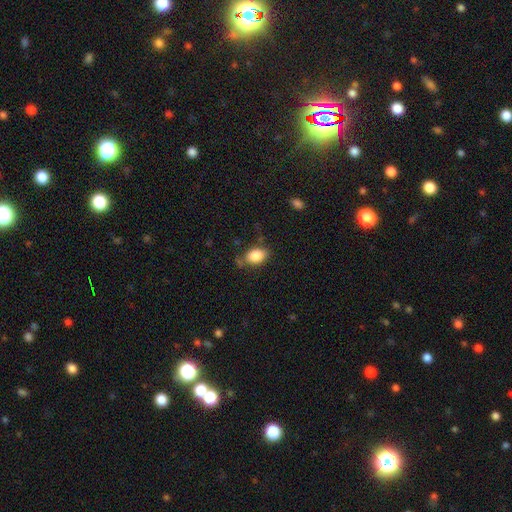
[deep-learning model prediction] This appears to be a smooth galaxy with no disk features (86%) that is in between round and cigar-shaped (85%). Merging: none (68%).